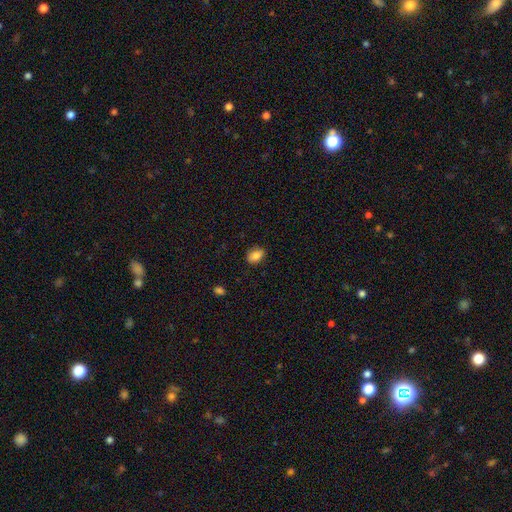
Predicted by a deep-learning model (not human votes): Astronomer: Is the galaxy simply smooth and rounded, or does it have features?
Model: smooth — 86%.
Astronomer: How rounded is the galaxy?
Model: in between — 78%.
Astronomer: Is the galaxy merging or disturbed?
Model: none — 86%.